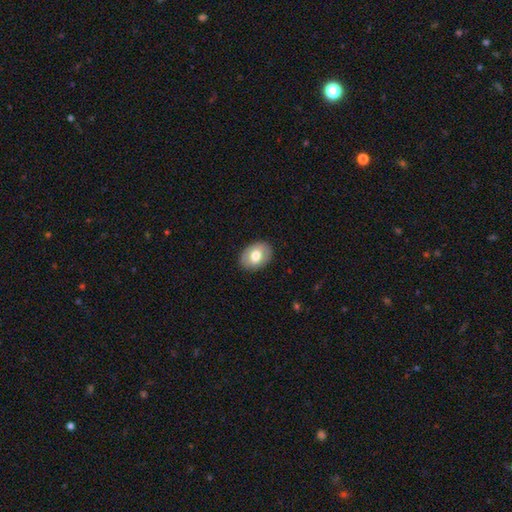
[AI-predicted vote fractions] This is likely a smooth galaxy (71%). How rounded: likely in between (79%). Merging: clearly none (87%).